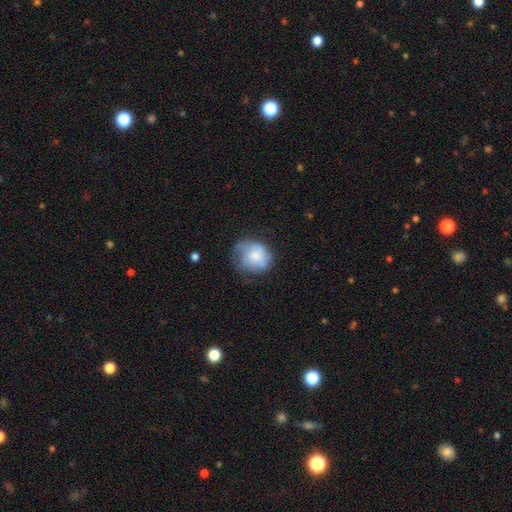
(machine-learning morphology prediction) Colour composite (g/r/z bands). It shows a smooth galaxy with no disk features (61%) that is round (71%). Merging: none (43%).